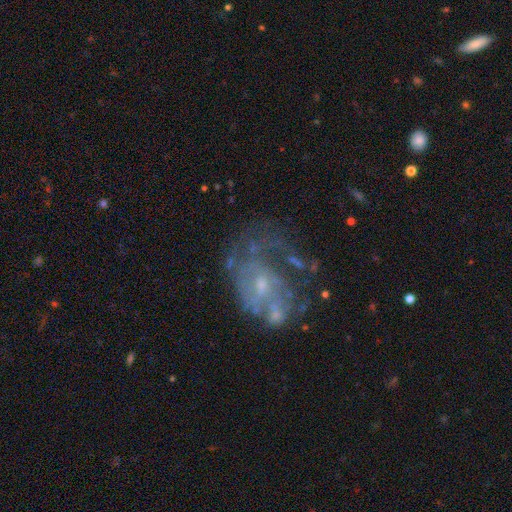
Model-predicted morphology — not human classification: This is likely a featured or disk galaxy (74%). It is clearly not viewed edge-on (97%). Bar: likely no (68%). Spiral arm pattern: likely yes (61%). Central bulge: possibly small (59%). Merging: marginally none (38%).